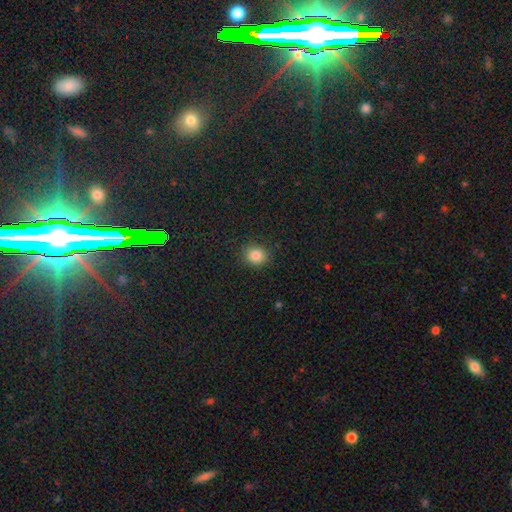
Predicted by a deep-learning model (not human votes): Smooth or featured?
  - smooth: 84% *
  - star or artifact: 11%
  - featured or disk: 5%
How rounded?
  - round: 78% *
  - in between: 21%
  - cigar-shaped: 1%
Merging?
  - none: 89% *
  - minor disturbance: 8%
  - major disturbance: 2%
  - merger: 1%